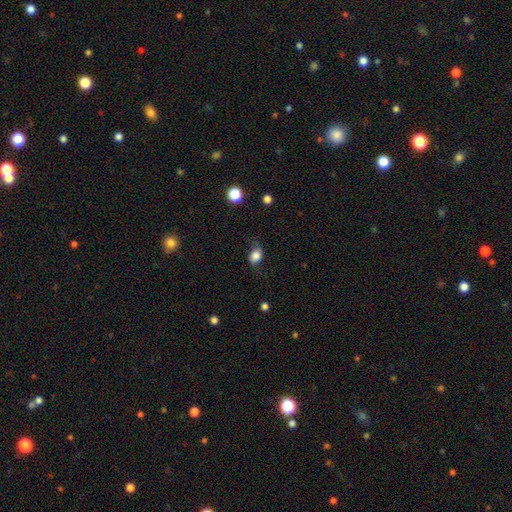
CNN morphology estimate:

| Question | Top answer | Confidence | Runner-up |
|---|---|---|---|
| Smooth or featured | smooth | 77% | featured or disk (13%) |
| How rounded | in between | 63% | round (35%) |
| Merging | none | 59% | minor disturbance (27%) |